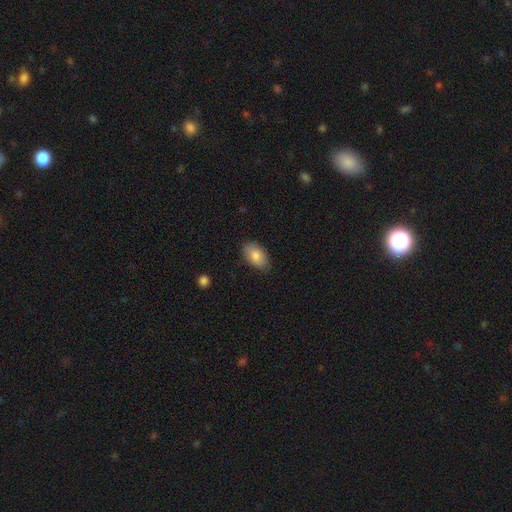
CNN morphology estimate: type=smooth (84%); roundness=in between (92%); merging=none (79%).